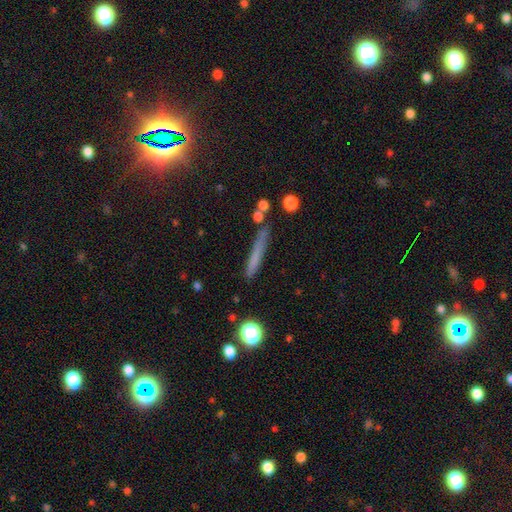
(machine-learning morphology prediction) This appears to be a smooth galaxy with no disk features (60%) that is cigar-shaped (93%). Merging: none (78%).